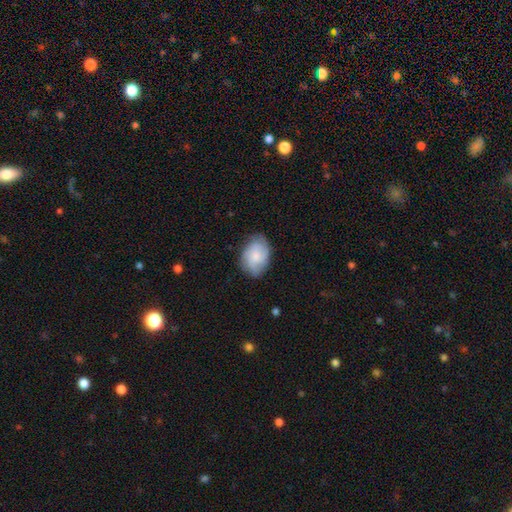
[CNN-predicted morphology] type=smooth (53%); roundness=in between (81%); merging=none (72%).